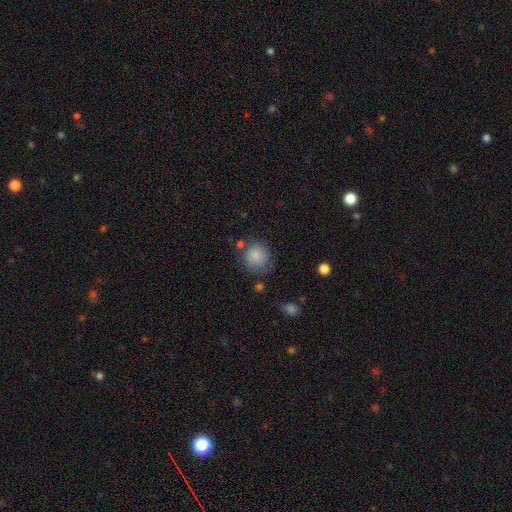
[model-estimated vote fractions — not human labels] A smooth galaxy with no disk features (85%) that is round (89%). Merging: none (70%).